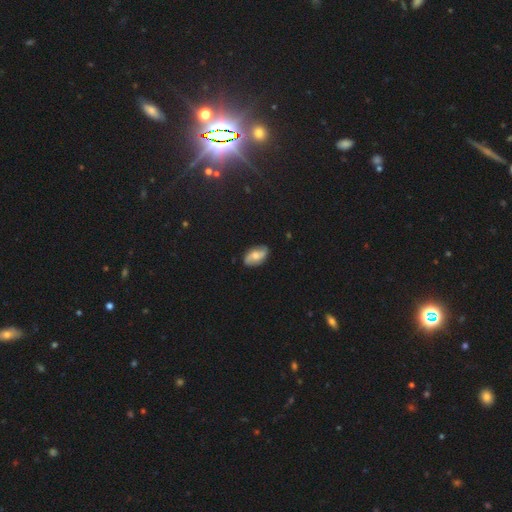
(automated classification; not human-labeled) Overall: featured or disk (58%; smooth 35%). Edge-on disk: no (94%). Bar: no (49%; weak 39%). Spiral arms: yes (85%). Bulge size: moderate (65%; small 26%). Merging: none (83%).